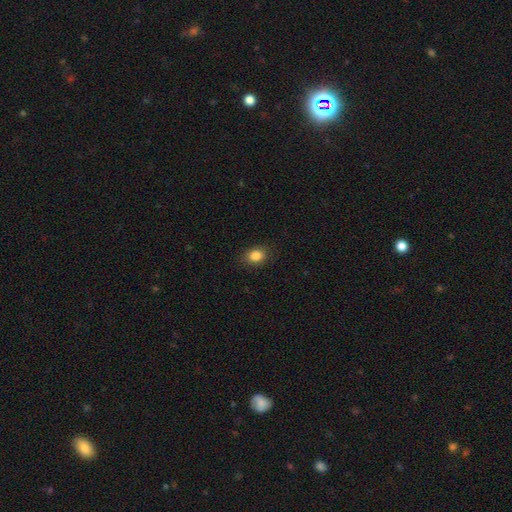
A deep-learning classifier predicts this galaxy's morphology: The model was most divided on "how rounded": in between: 55%, round: 44%, cigar-shaped: 1%. More confident: merging — none (87%); smooth or featured — smooth (85%).